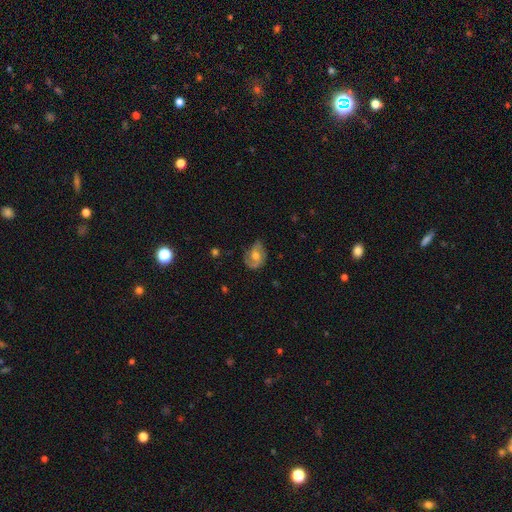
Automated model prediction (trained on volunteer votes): The model was most divided on "smooth or featured": featured or disk: 57%, smooth: 35%, star or artifact: 8%. More confident: edge-on disk — no (96%); spiral arms — yes (80%); bulge size — moderate (67%); bar — no (57%); merging — none (57%).